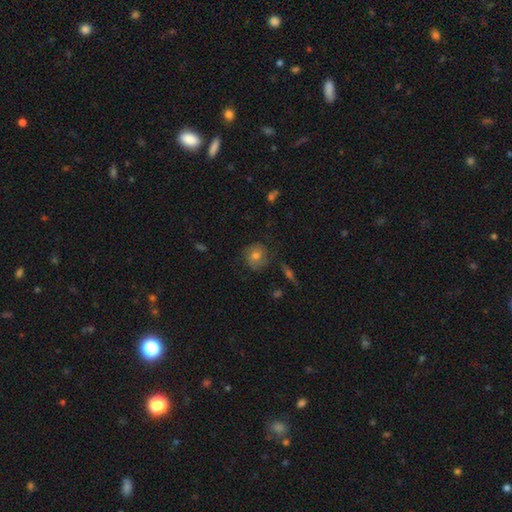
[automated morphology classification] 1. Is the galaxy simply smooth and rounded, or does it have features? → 53% smooth, 34% featured or disk, 12% star or artifact.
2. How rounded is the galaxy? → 79% round, 20% in between, 1% cigar-shaped.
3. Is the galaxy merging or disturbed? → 73% none, 18% minor disturbance, 6% major disturbance, 2% merger.